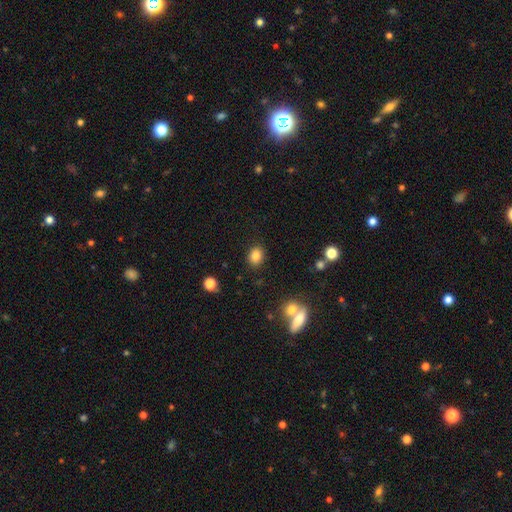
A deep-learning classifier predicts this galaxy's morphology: Smooth or featured? Predicted: smooth (p=0.83). How rounded? Predicted: round (p=0.50). Merging? Predicted: none (p=0.87).